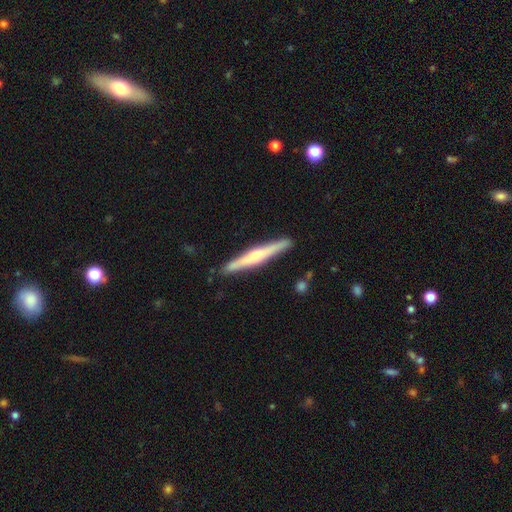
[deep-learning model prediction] This is likely a featured or disk galaxy (65%). It is clearly viewed edge-on (97%). Edge-on bulge: clearly rounded (80%). Merging: clearly none (89%).